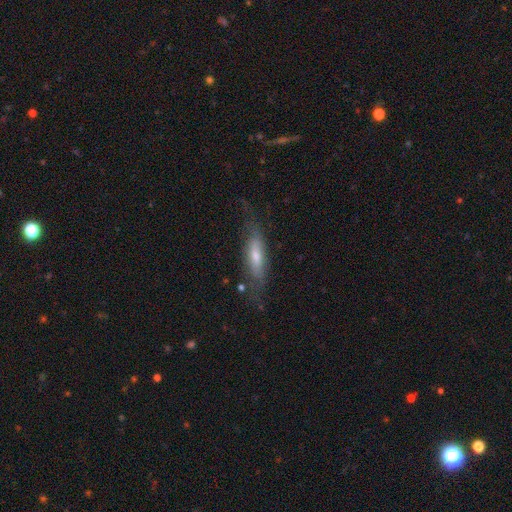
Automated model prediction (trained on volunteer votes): Smooth or featured? featured or disk (49%)
Merging? none (63%)